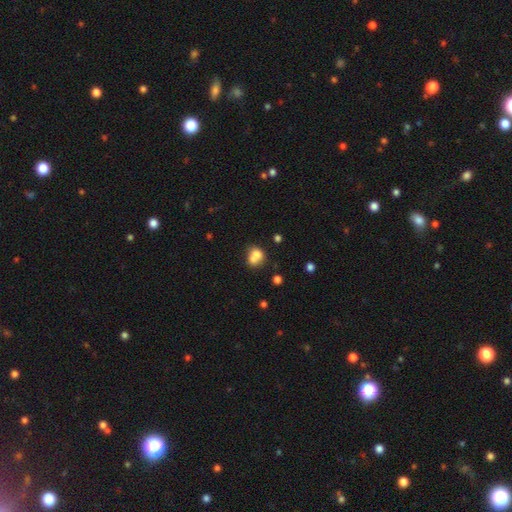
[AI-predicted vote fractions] smooth-or-featured: smooth: 71% | featured or disk: 18% | star or artifact: 11%
  how-rounded: round: 59% | in between: 40% | cigar-shaped: 1%
  merging: merger: 58% | none: 28% | minor disturbance: 9% | major disturbance: 5%